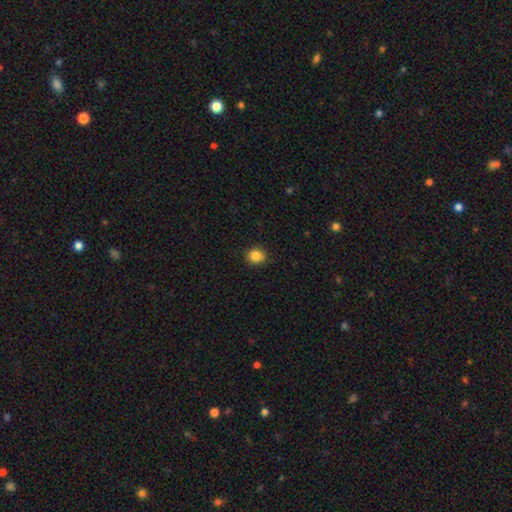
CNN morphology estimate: Smooth or featured: smooth — 85% (star or artifact — 10%)
How rounded: round — 79% (in between — 20%)
Merging: none — 87% (minor disturbance — 10%)